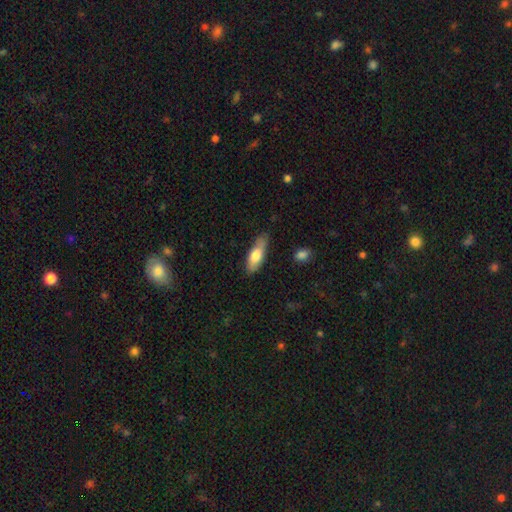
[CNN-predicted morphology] A smooth galaxy with no disk features (72%) that is in between round and cigar-shaped (59%). Merging: none (74%).